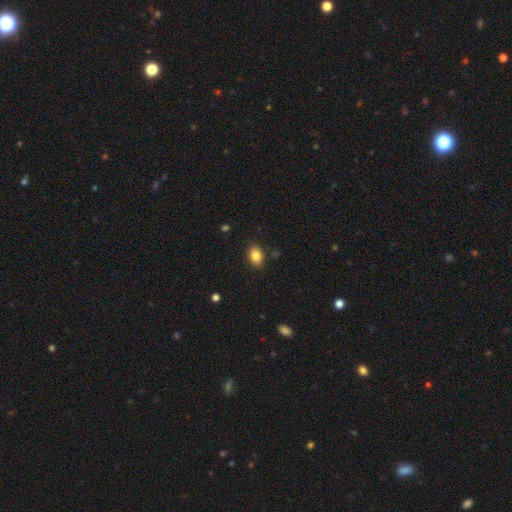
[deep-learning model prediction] smooth_or_featured: smooth (p=0.84) [alt: star or artifact p=0.09]
how_rounded: in between (p=0.70) [alt: round p=0.29]
merging: none (p=0.87) [alt: minor disturbance p=0.09]